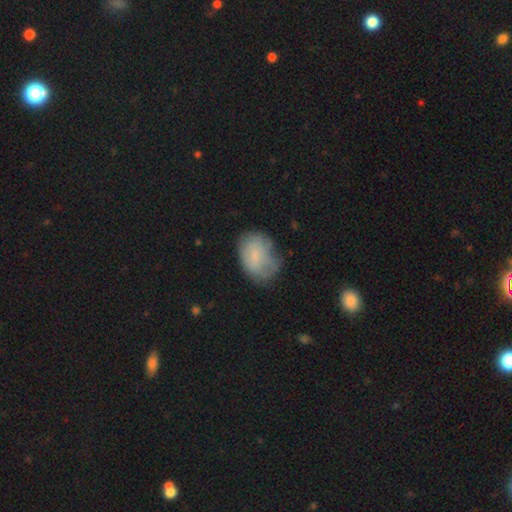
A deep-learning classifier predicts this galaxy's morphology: type=smooth (72%); roundness=in between (76%); merging=none (49%).